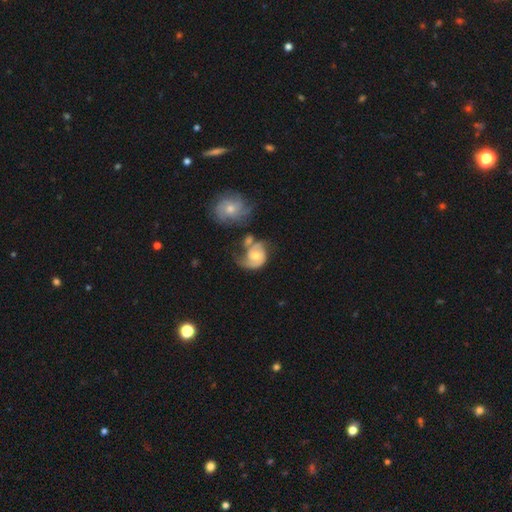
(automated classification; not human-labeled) Q: Smooth or featured?
A: featured or disk (72%); runner-up: smooth (22%)
Q: Edge-on disk?
A: no (98%); runner-up: yes (2%)
Q: Bar?
A: no (67%); runner-up: weak (28%)
Q: Spiral arms?
A: yes (89%); runner-up: no (11%)
Q: Spiral winding?
A: medium (41%); runner-up: tight (34%)
Q: Spiral arm count?
A: 2 (46%); runner-up: 1 (35%)
Q: Bulge size?
A: moderate (58%); runner-up: small (31%)
Q: Merging?
A: merger (35%); runner-up: none (27%)